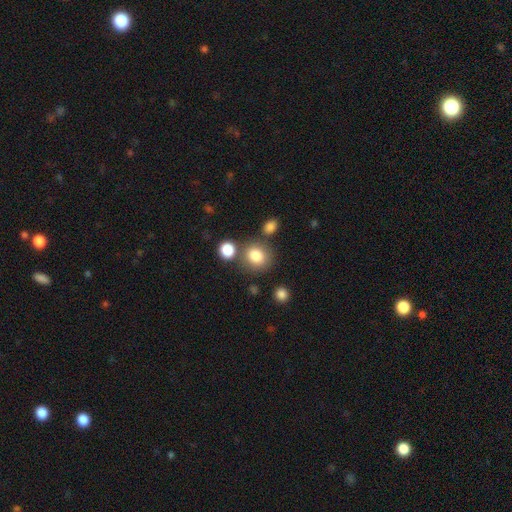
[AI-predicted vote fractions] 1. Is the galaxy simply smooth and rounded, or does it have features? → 83% smooth, 11% star or artifact, 7% featured or disk.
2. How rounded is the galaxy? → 76% round, 23% in between, 1% cigar-shaped.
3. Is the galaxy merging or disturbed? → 70% none, 14% merger, 12% minor disturbance, 5% major disturbance.